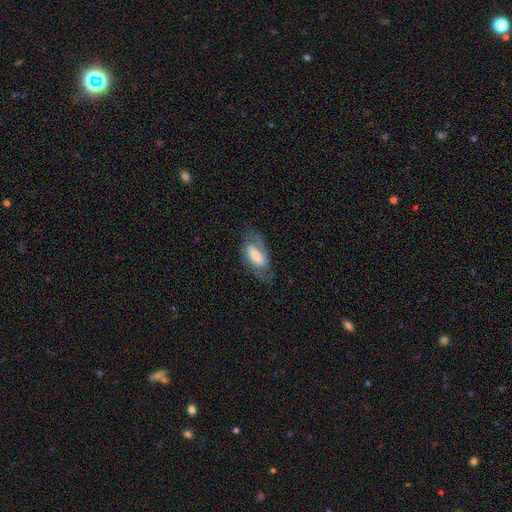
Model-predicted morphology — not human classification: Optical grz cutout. It shows a featured or disk galaxy (62%) with a strong bar (41%), spiral arms (78%) and a moderate central bulge (41%). Merging: none (69%).